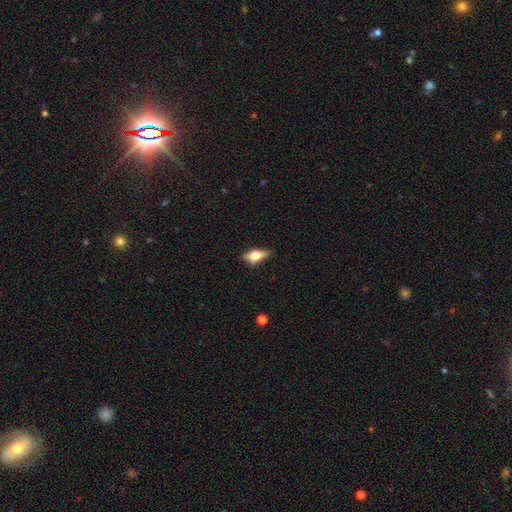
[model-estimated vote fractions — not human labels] Smooth or featured: smooth — 61% (featured or disk — 31%)
How rounded: in between — 76% (cigar-shaped — 17%)
Merging: none — 66% (minor disturbance — 24%)